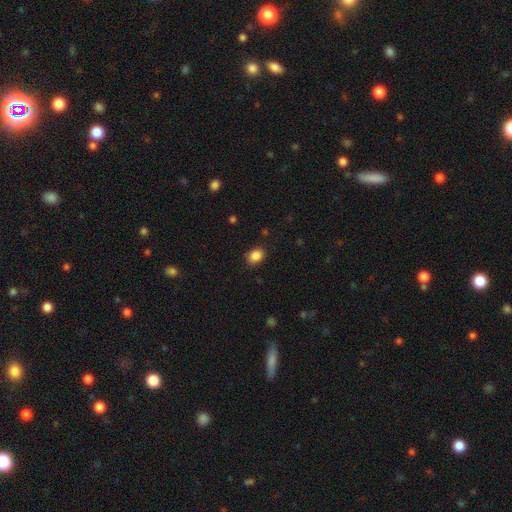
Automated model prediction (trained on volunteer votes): A smooth galaxy with no disk features (87%) that is in between round and cigar-shaped (55%). Merging: none (84%).